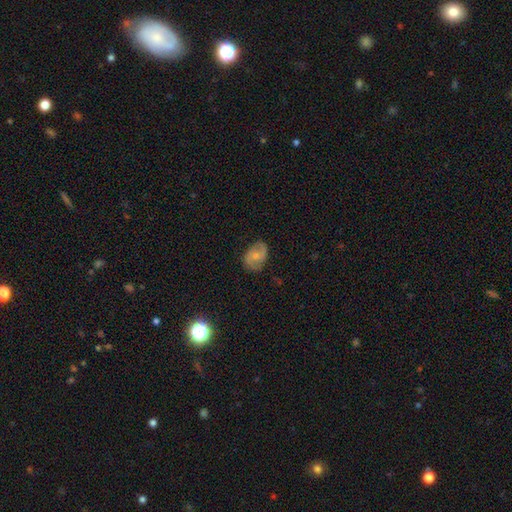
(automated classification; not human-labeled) Morphology: type=featured or disk (66%); edge-on=no (97%); bar=no (55%); spiral arms=yes (92%); winding=medium (51%); arm count=2 (89%); bulge=small (46%); merging=none (76%).